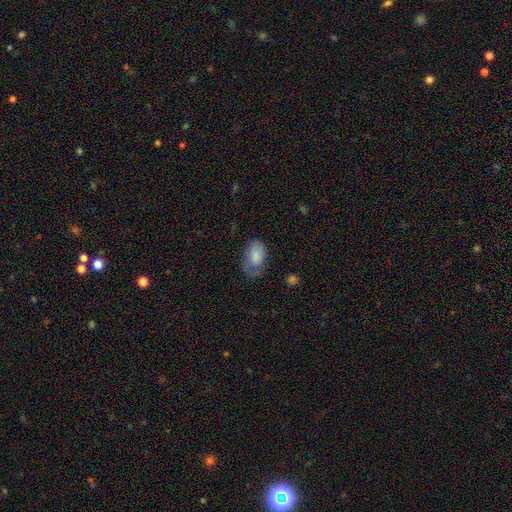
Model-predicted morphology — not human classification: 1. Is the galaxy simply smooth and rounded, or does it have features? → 75% smooth, 18% featured or disk, 7% star or artifact.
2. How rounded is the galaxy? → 91% in between, 8% round, 1% cigar-shaped.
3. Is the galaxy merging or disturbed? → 43% none, 32% minor disturbance, 23% major disturbance, 2% merger.